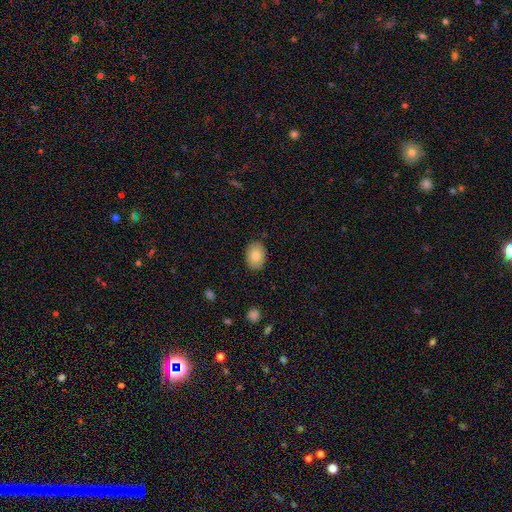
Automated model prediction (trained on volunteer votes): This appears to be a smooth galaxy with no disk features (80%) that is in between round and cigar-shaped (71%). Merging: none (87%).